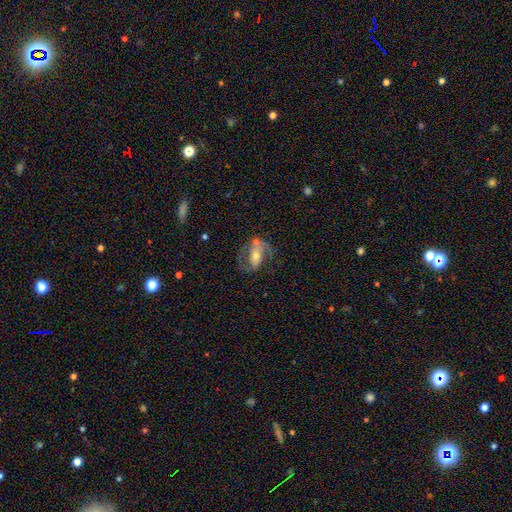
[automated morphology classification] A featured or disk galaxy (72%) with no bar (39%), 2 (78%) medium (48%) spiral arms (81%) and a moderate central bulge (58%).

Vote fractions:
- Smooth or featured? featured or disk: 72% / smooth: 21% / star or artifact: 7%
- Edge-on disk? no: 95% / yes: 5%
- Bar? no: 39% / weak: 32% / strong: 29%
- Spiral arms? yes: 81% / no: 19%
- Spiral winding? medium: 48% / loose: 31% / tight: 20%
- Spiral arm count? 2: 78% / 1: 11% / can't tell: 8% / 3: 1% / 4: 1% / more than 4: 1%
- Bulge size? moderate: 58% / small: 34% / large: 6% / none: 2% / dominant: 1%
- Merging? none: 53% / major disturbance: 20% / minor disturbance: 19% / merger: 8%